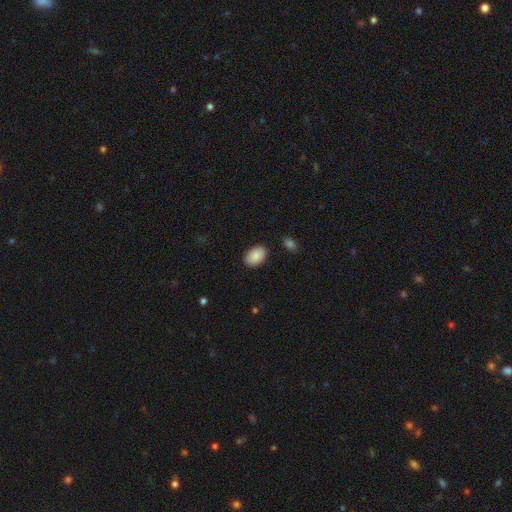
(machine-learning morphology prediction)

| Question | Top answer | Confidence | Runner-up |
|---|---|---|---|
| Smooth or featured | smooth | 90% | star or artifact (6%) |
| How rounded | in between | 90% | round (9%) |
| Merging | none | 88% | minor disturbance (9%) |